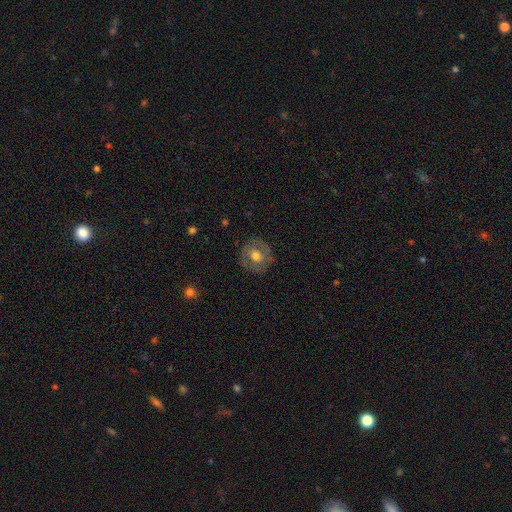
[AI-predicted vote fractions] This appears to be a featured or disk galaxy (46%, tied with smooth). Merging: none (82%).